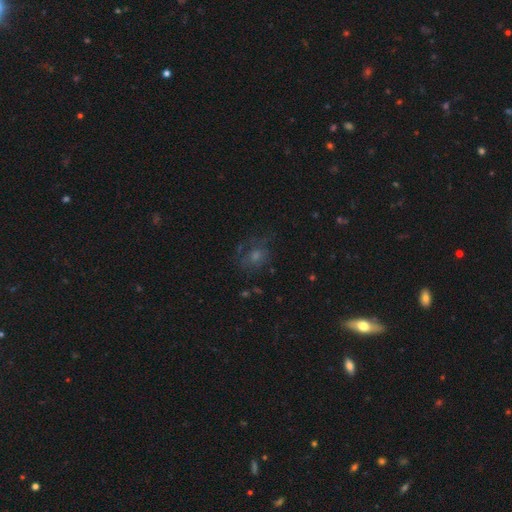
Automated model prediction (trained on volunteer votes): Morphology: type=featured or disk (36%); merging=none (63%).